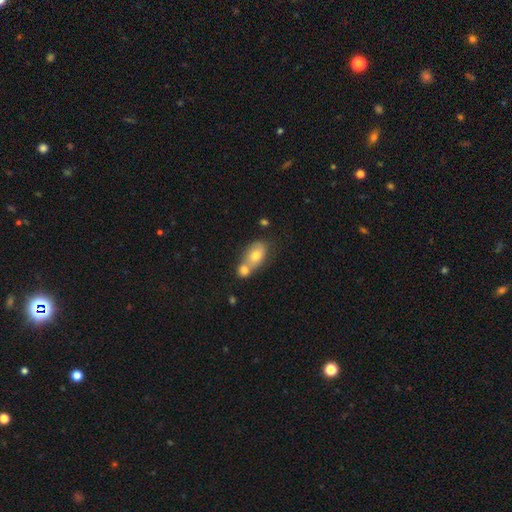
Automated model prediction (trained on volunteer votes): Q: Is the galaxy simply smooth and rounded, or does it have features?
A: smooth — 70%.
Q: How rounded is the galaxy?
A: in between — 79%.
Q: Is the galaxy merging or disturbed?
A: merger — 59%.